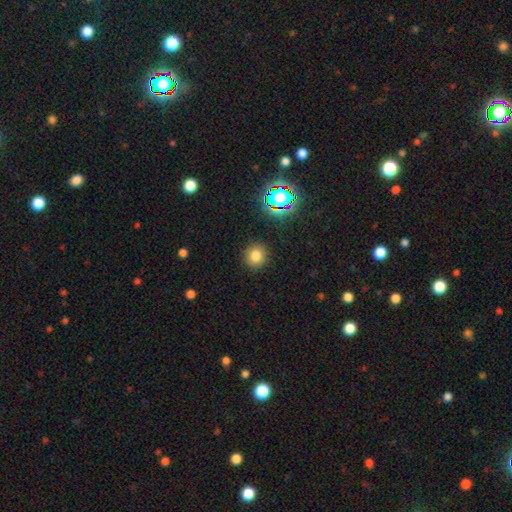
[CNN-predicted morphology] Smooth or featured?
  - smooth: 76% *
  - star or artifact: 17%
  - featured or disk: 7%
How rounded?
  - round: 90% *
  - in between: 9%
  - cigar-shaped: 1%
Merging?
  - none: 90% *
  - minor disturbance: 6%
  - major disturbance: 2%
  - merger: 1%